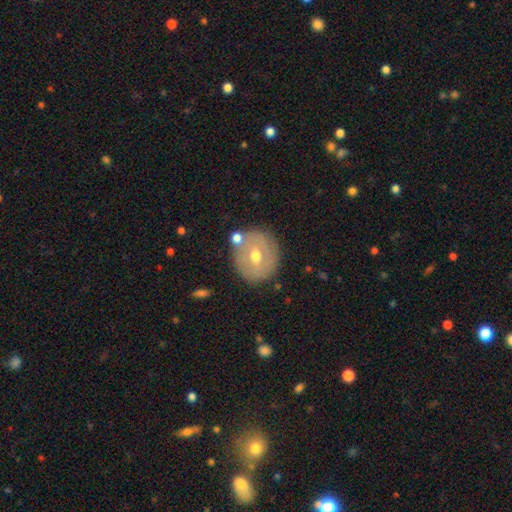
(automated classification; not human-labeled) Smooth or featured? Predicted: featured or disk (p=0.51). Edge-on disk? Predicted: no (p=0.93). Merging? Predicted: none (p=0.78).